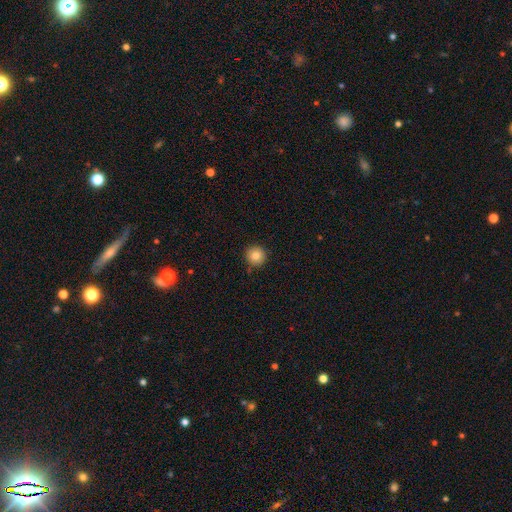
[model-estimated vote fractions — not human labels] Smooth or featured?
  - smooth: 83% *
  - star or artifact: 10%
  - featured or disk: 7%
How rounded?
  - round: 95% *
  - in between: 4%
  - cigar-shaped: 1%
Merging?
  - none: 89% *
  - minor disturbance: 8%
  - merger: 2%
  - major disturbance: 2%